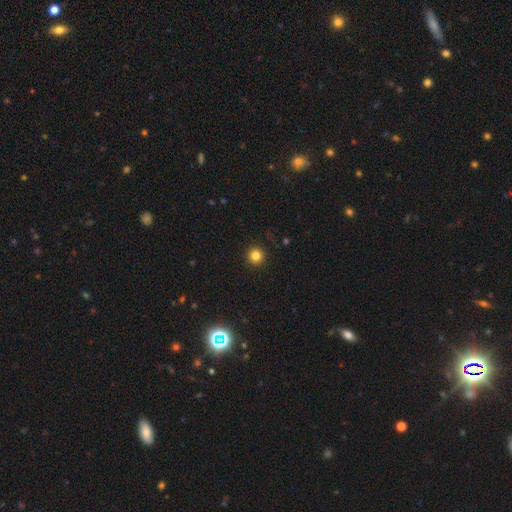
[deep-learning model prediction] smooth-or-featured: smooth: 82% | star or artifact: 13% | featured or disk: 5%
  how-rounded: round: 96% | in between: 3% | cigar-shaped: 1%
  merging: none: 93% | minor disturbance: 5% | major disturbance: 2% | merger: 1%